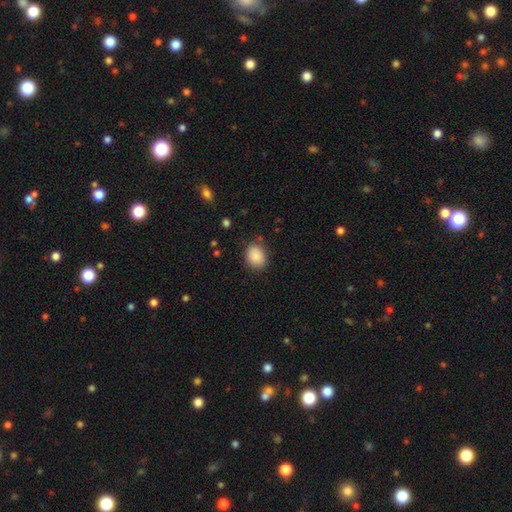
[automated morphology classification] smooth 87%, star or artifact 8%, featured or disk 5%. Down the decision tree: how rounded — in between (53%); merging — none (81%).